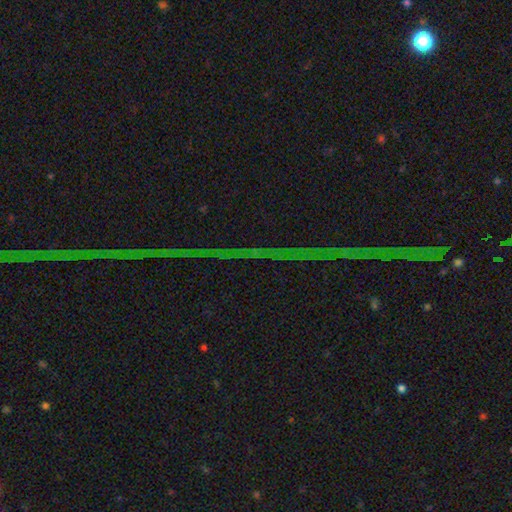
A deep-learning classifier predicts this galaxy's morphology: Smooth or featured? Predicted: star or artifact (p=0.81).